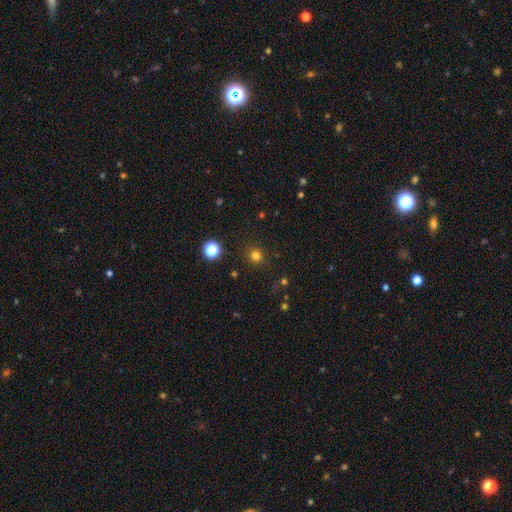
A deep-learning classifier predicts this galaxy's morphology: The model was most divided on "smooth or featured": smooth: 77%, star or artifact: 18%, featured or disk: 5%. More confident: how rounded — round (91%); merging — none (89%).